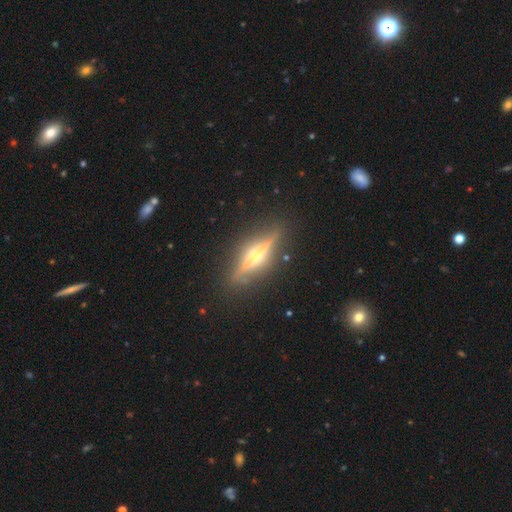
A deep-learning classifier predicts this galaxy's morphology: Smooth or featured? Predicted: featured or disk (p=0.79). Edge-on disk? Predicted: yes (p=0.95). Edge-on bulge? Predicted: rounded (p=0.92). Merging? Predicted: none (p=0.86).